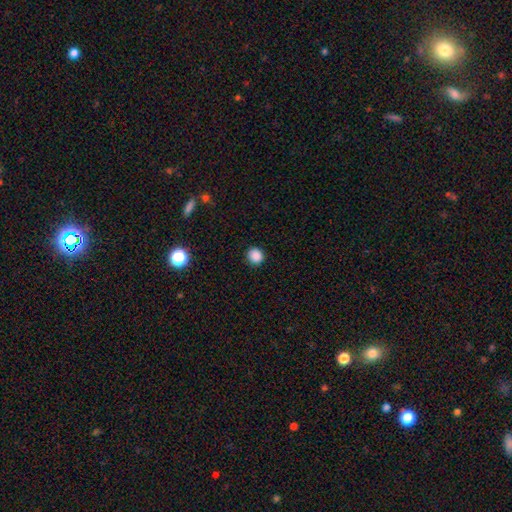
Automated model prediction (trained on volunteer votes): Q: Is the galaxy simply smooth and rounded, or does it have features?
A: smooth — 87%.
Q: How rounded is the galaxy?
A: round — 88%.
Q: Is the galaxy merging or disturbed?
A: none — 90%.